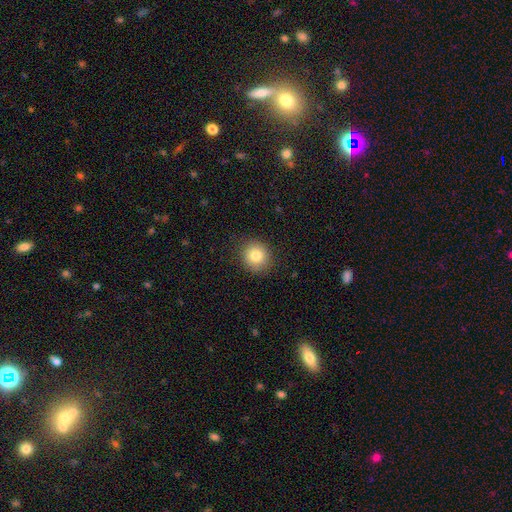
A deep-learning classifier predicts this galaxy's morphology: smooth 81%, star or artifact 10%, featured or disk 9%. Down the decision tree: how rounded — round (87%); merging — none (88%).